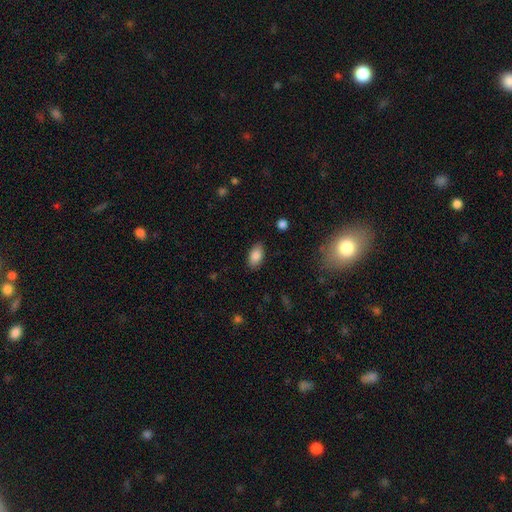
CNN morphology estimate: Smooth or featured?
  - smooth: 86% *
  - star or artifact: 7%
  - featured or disk: 7%
How rounded?
  - in between: 93% *
  - round: 5%
  - cigar-shaped: 2%
Merging?
  - none: 86% *
  - minor disturbance: 10%
  - major disturbance: 3%
  - merger: 1%